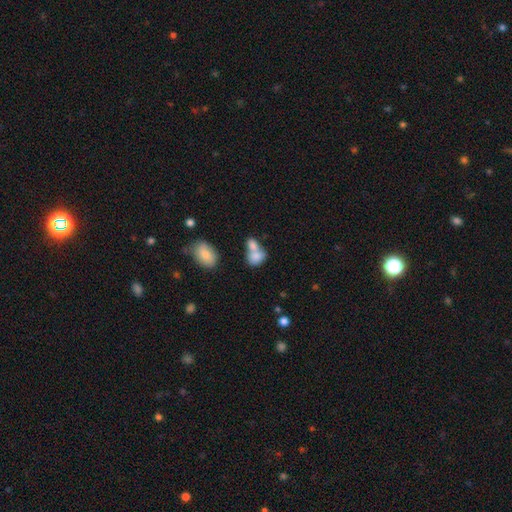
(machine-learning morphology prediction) This appears to be a smooth galaxy with no disk features (80%) that is in between round and cigar-shaped (69%). Merging: merger (63%).